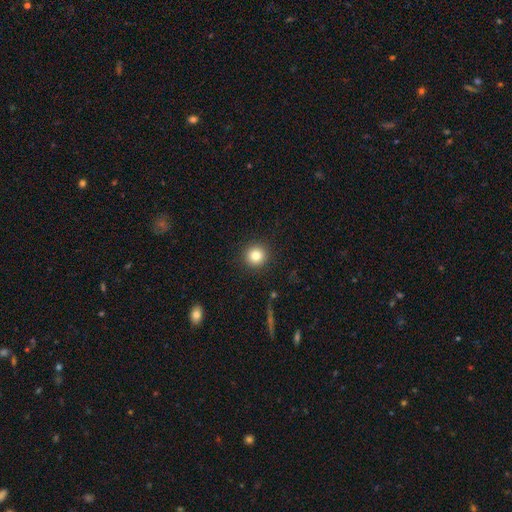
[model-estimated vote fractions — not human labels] A smooth galaxy with no disk features (83%) that is round (94%).

Vote fractions:
- Smooth or featured? smooth: 83% / star or artifact: 11% / featured or disk: 6%
- How rounded? round: 94% / in between: 5% / cigar-shaped: 1%
- Merging? none: 92% / minor disturbance: 5% / major disturbance: 2% / merger: 1%